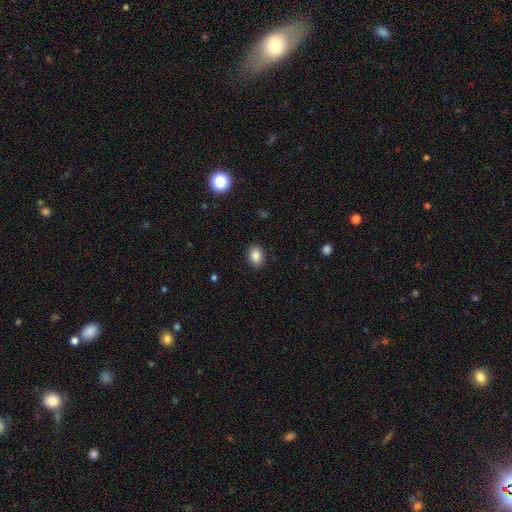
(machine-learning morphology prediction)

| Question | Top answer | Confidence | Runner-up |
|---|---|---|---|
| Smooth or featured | smooth | 86% | star or artifact (9%) |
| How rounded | in between | 65% | round (34%) |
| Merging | none | 89% | minor disturbance (8%) |